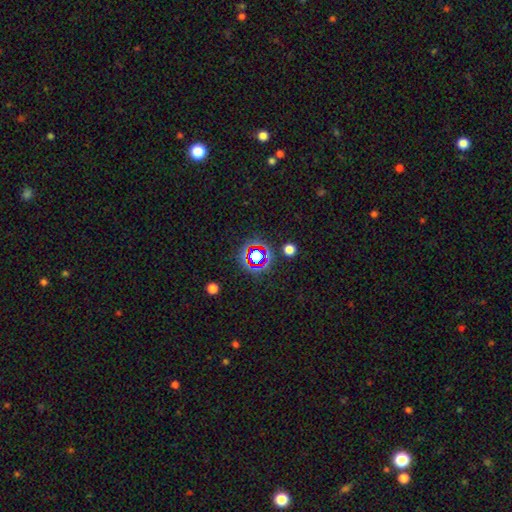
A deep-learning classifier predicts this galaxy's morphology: Smooth or featured? Predicted: star or artifact (p=0.65).